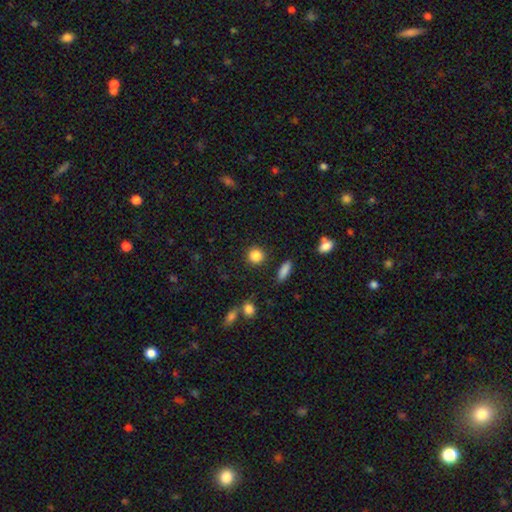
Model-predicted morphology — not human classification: Q: Smooth or featured?
A: smooth (86%); runner-up: star or artifact (10%)
Q: How rounded?
A: round (87%); runner-up: in between (12%)
Q: Merging?
A: none (88%); runner-up: minor disturbance (7%)